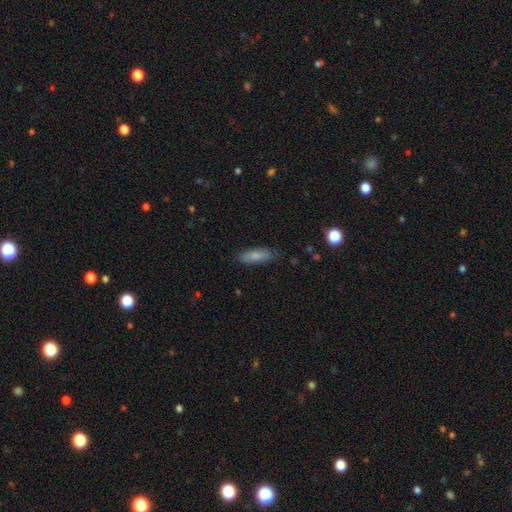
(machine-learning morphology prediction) type=smooth (78%); roundness=cigar-shaped (51%); merging=none (81%).